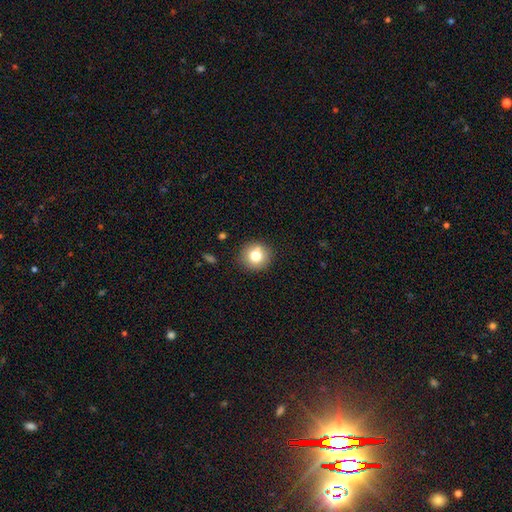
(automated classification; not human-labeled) Smooth or featured: smooth — 77% (featured or disk — 12%)
How rounded: round — 91% (in between — 8%)
Merging: none — 84% (minor disturbance — 9%)